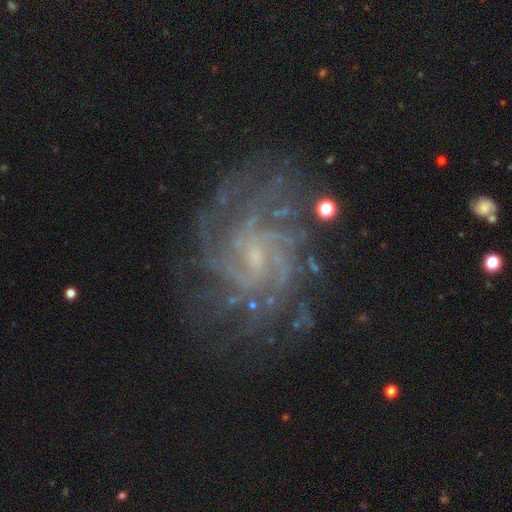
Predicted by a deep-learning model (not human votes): smooth_or_featured: featured or disk (p=0.86) [alt: star or artifact p=0.09]
disk_edge_on: no (p=0.98) [alt: yes p=0.02]
bar: weak (p=0.51) [alt: no p=0.38]
has_spiral_arms: yes (p=0.96) [alt: no p=0.04]
spiral_winding: tight (p=0.54) [alt: medium p=0.36]
spiral_arm_count: can't tell (p=0.32) [alt: 4 p=0.20]
bulge_size: small (p=0.69) [alt: none p=0.15]
merging: none (p=0.73) [alt: minor disturbance p=0.15]